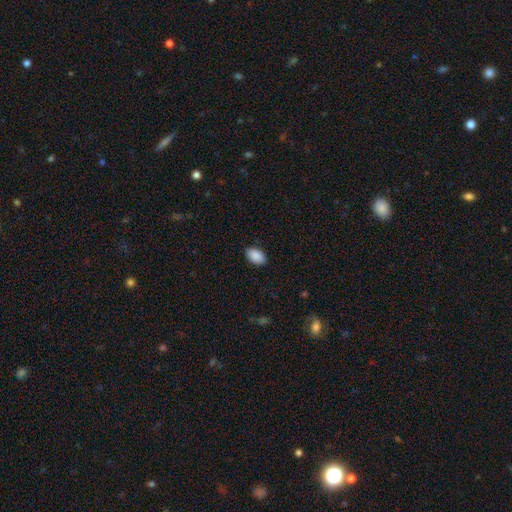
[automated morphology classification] smooth 90%, star or artifact 7%, featured or disk 3%. Down the decision tree: how rounded — in between (91%); merging — none (88%).